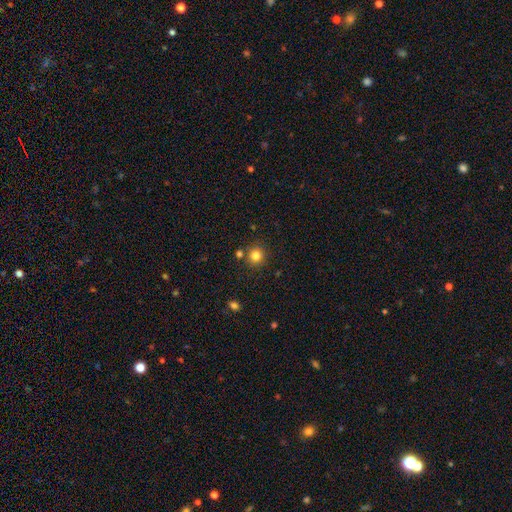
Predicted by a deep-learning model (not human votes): Overall: smooth (82%). How rounded: round (93%). Merging: none (83%).